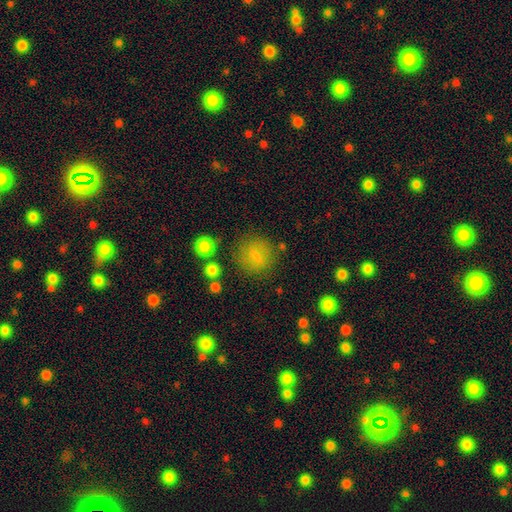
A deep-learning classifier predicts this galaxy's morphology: type=smooth (76%); roundness=round (81%); merging=none (77%).